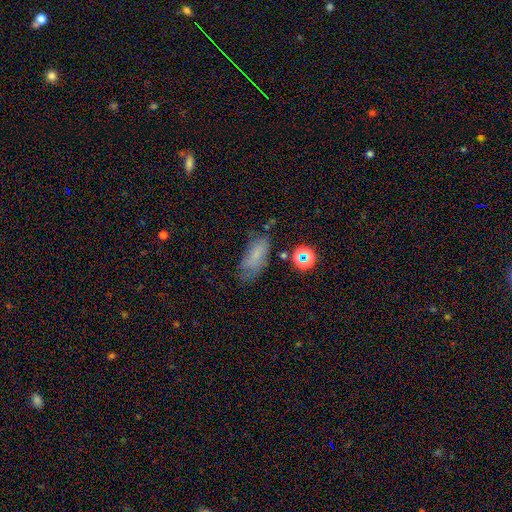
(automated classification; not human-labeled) Q: Smooth or featured?
A: smooth (65%); runner-up: featured or disk (19%)
Q: How rounded?
A: in between (81%); runner-up: cigar-shaped (14%)
Q: Merging?
A: none (57%); runner-up: minor disturbance (27%)